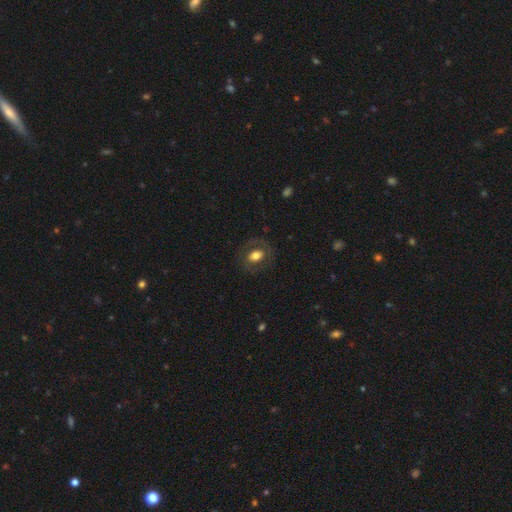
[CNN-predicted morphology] type=smooth (62%); roundness=in between (61%); merging=none (78%).